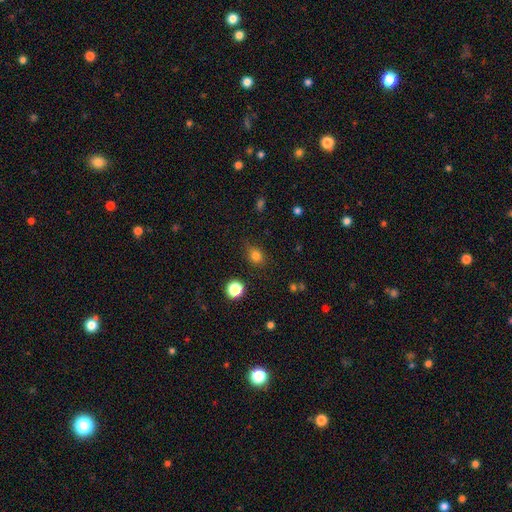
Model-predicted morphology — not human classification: The model was most divided on "how rounded": round: 60%, in between: 39%, cigar-shaped: 1%. More confident: smooth or featured — smooth (81%); merging — none (77%).